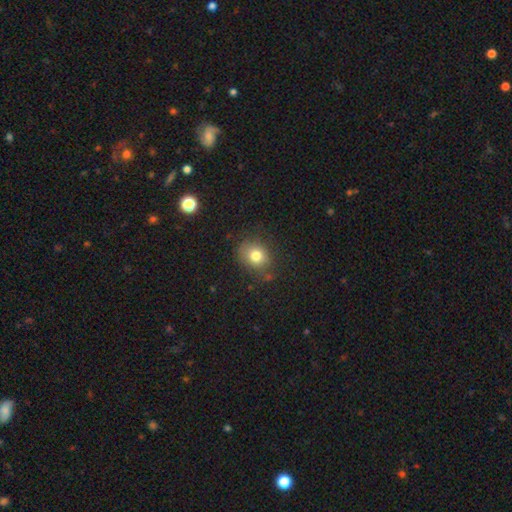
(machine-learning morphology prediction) This is likely a smooth galaxy (78%). How rounded: likely round (65%). Merging: likely none (76%).